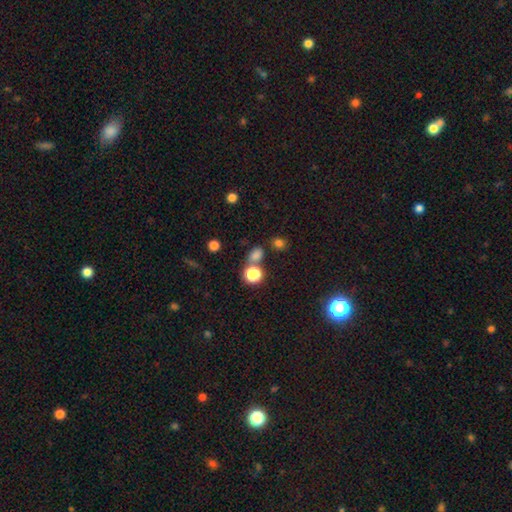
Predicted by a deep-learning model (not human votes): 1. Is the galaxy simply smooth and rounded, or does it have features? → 73% smooth, 21% star or artifact, 6% featured or disk.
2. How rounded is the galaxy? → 49% round (tied), 49% in between (tied), 2% cigar-shaped.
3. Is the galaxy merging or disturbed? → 66% none, 18% merger, 11% minor disturbance, 5% major disturbance.